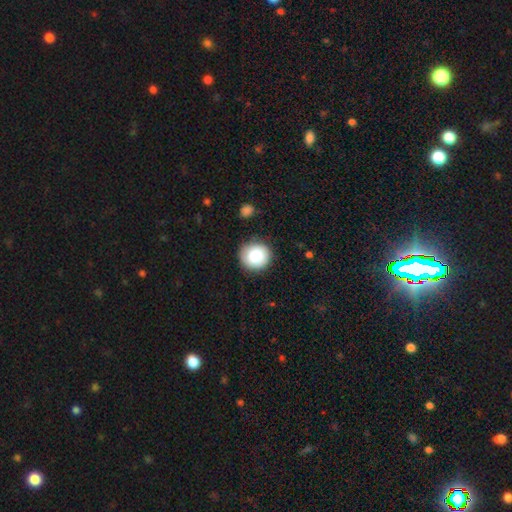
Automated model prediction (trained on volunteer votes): The model was most divided on "merging": none: 85%, minor disturbance: 11%, major disturbance: 3%, merger: 2%. More confident: how rounded — round (91%); smooth or featured — smooth (86%).